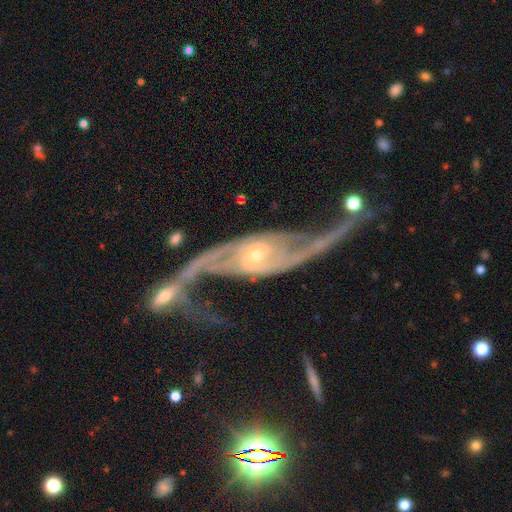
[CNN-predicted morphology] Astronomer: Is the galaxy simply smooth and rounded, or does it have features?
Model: featured or disk — 92%.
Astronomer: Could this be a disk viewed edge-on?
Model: no — 94%.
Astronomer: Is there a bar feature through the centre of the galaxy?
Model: no — 53% (runner-up: weak, 30%).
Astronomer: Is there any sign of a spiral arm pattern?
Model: yes — 97%.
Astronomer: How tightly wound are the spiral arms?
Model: loose — 65%.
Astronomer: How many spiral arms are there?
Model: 2 — 93%.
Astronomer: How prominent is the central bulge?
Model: small — 78%.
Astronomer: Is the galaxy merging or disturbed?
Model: none — 39% (runner-up: merger, 27%).